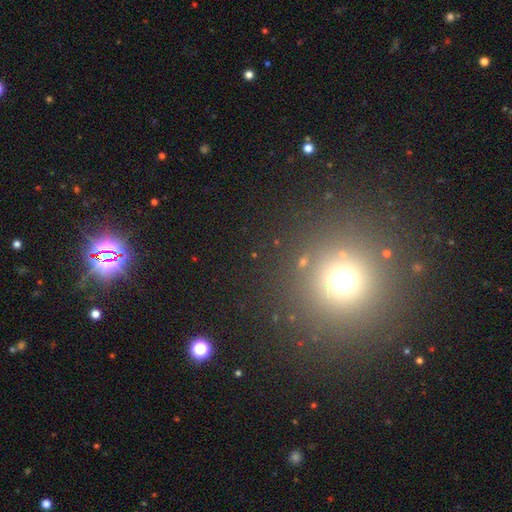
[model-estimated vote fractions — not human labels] Q: Smooth or featured?
A: smooth (51%); runner-up: star or artifact (41%)
Q: How rounded?
A: round (94%); runner-up: in between (5%)
Q: Merging?
A: none (89%); runner-up: minor disturbance (6%)